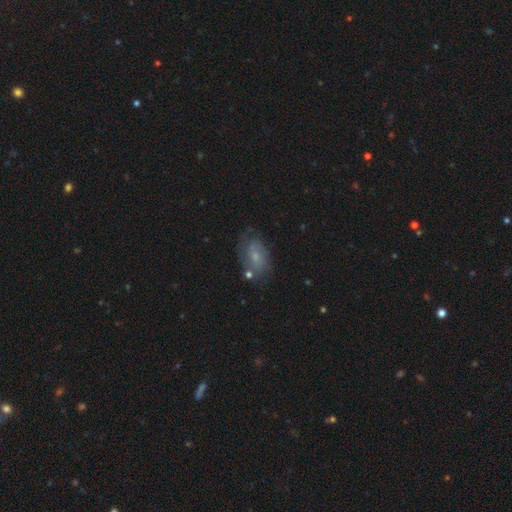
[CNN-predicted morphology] Overall: smooth (48%; featured or disk 41%). Merging: none (58%; minor disturbance 25%).